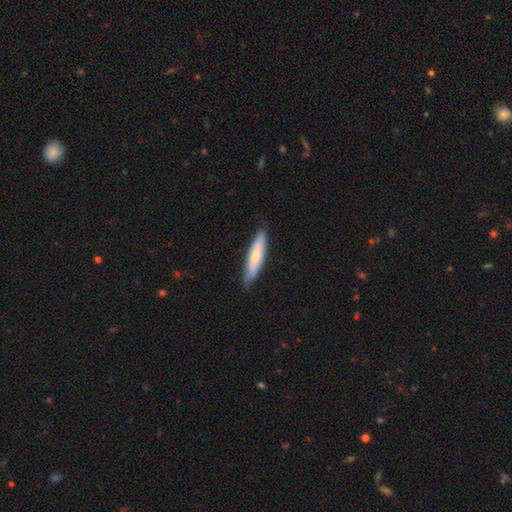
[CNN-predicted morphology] smooth 65%, featured or disk 29%, star or artifact 5%. Down the decision tree: how rounded — cigar-shaped (79%); merging — none (83%).